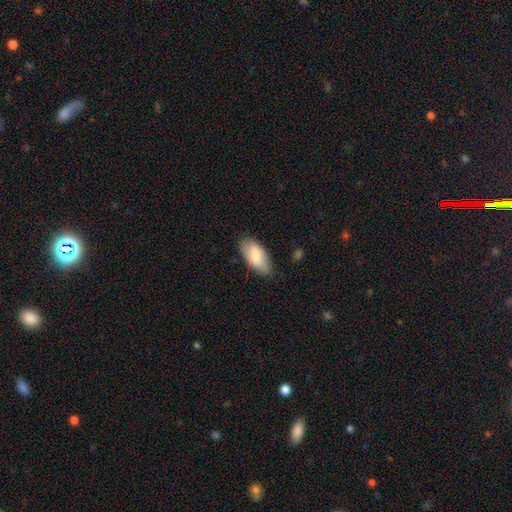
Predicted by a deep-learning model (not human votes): smooth-or-featured: smooth: 81% | featured or disk: 13% | star or artifact: 6%
  how-rounded: in between: 91% | cigar-shaped: 7% | round: 2%
  merging: none: 77% | minor disturbance: 19% | major disturbance: 3% | merger: 1%